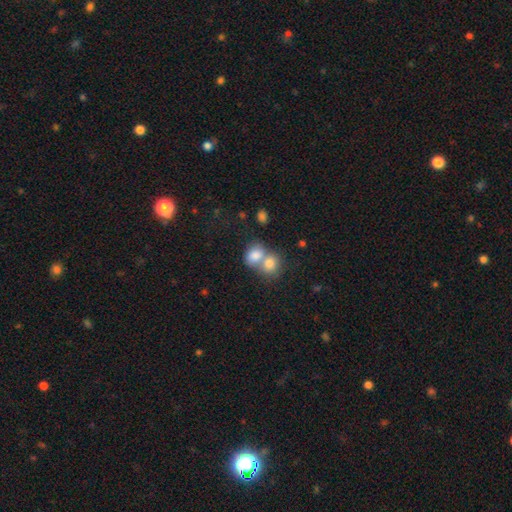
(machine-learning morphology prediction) This is clearly a smooth galaxy (80%). How rounded: possibly in between (56%). Merging: likely merger (67%).